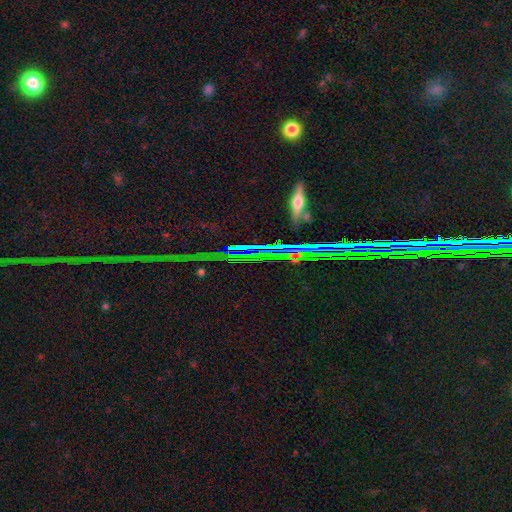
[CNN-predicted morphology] Smooth or featured? star or artifact (83%)